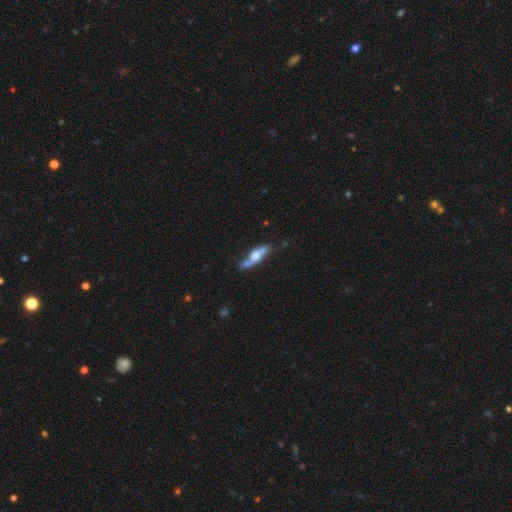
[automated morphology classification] This is possibly a featured or disk galaxy (52%). It is likely viewed edge-on (65%). Merging: possibly none (52%).